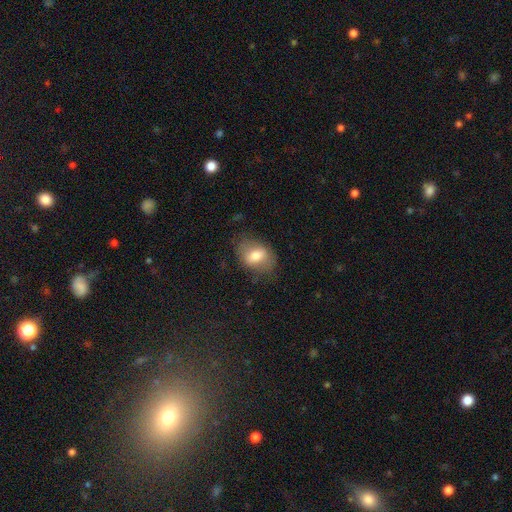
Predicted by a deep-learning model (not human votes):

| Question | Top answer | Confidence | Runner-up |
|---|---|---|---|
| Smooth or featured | smooth | 68% | featured or disk (24%) |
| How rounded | in between | 79% | round (19%) |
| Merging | none | 67% | minor disturbance (22%) |